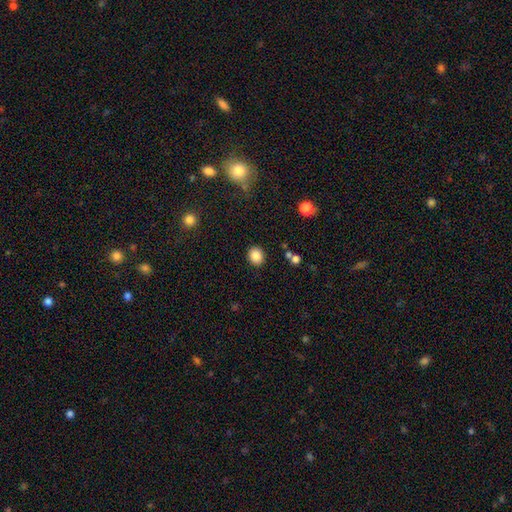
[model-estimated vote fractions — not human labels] Overall: smooth (85%). How rounded: round (73%). Merging: none (89%).